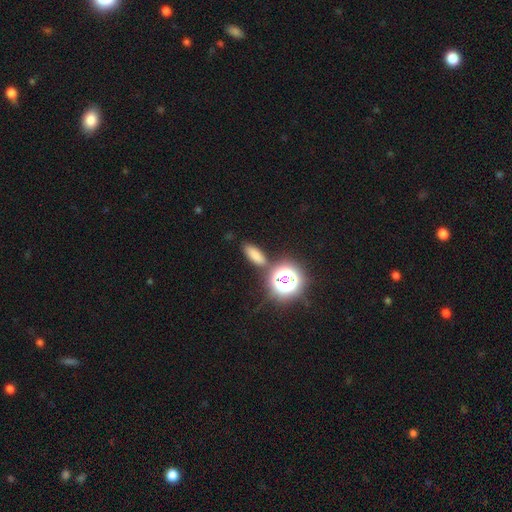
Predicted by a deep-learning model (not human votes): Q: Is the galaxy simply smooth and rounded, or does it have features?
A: smooth — 72%.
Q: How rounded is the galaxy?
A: in between — 65%.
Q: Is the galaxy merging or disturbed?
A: none — 81%.